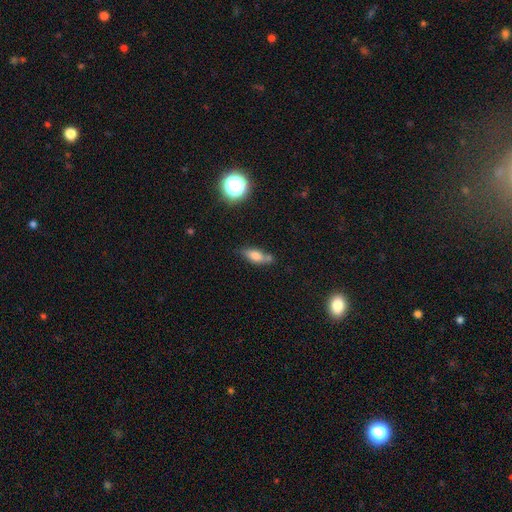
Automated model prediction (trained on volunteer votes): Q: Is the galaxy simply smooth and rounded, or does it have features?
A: smooth — 71%.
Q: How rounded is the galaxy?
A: in between — 74%.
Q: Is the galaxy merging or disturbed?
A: none — 53%.